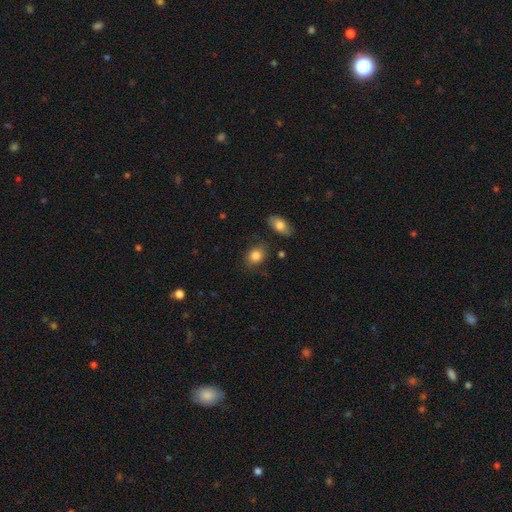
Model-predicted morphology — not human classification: The model was most divided on "how rounded": in between: 56%, round: 43%, cigar-shaped: 1%. More confident: smooth or featured — smooth (84%); merging — none (77%).